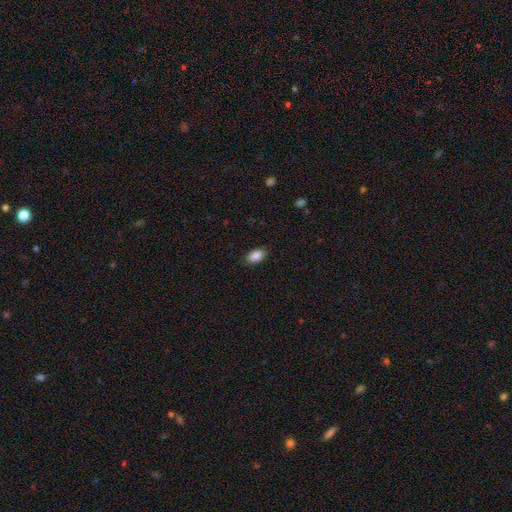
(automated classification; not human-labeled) This appears to be a smooth galaxy with no disk features (88%) that is in between round and cigar-shaped (91%). Merging: none (86%).